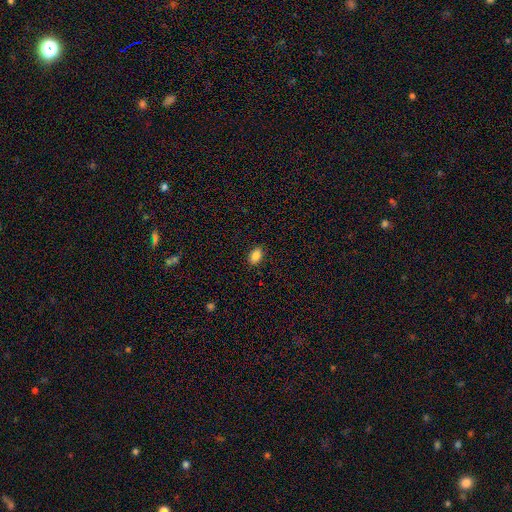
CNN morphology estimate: Overall: smooth (87%). How rounded: in between (86%). Merging: none (88%).